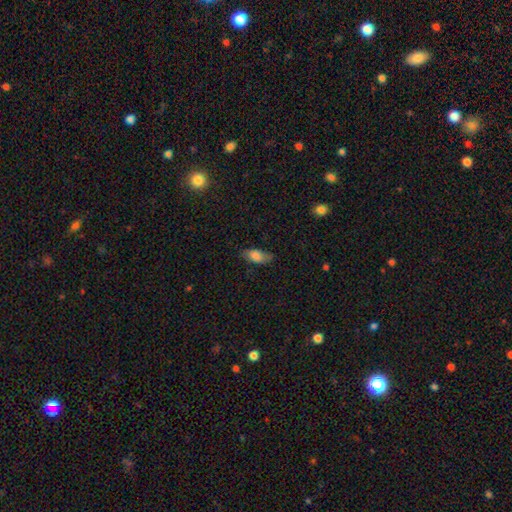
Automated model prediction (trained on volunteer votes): This is clearly a smooth galaxy (81%). How rounded: clearly in between (86%). Merging: likely none (70%).